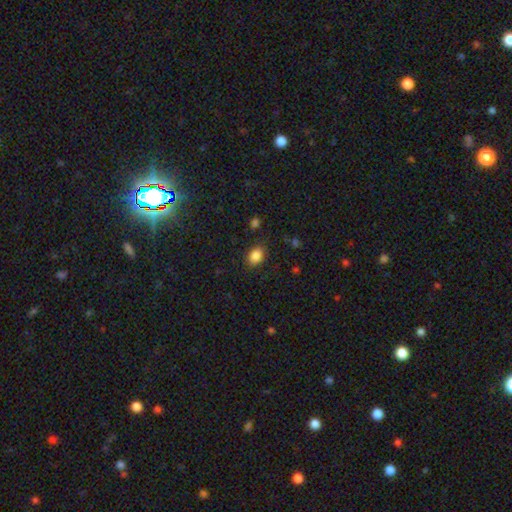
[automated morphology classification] The model was most divided on "how rounded": in between: 75%, round: 24%, cigar-shaped: 1%. More confident: smooth or featured — smooth (86%); merging — none (85%).